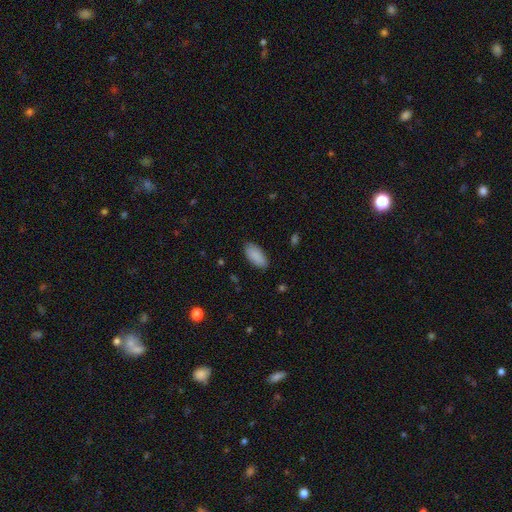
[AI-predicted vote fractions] Smooth or featured: smooth — 90% (star or artifact — 6%)
How rounded: in between — 90% (cigar-shaped — 8%)
Merging: none — 87% (minor disturbance — 10%)